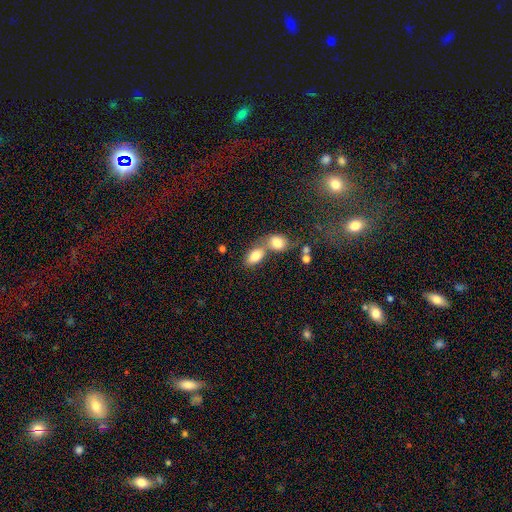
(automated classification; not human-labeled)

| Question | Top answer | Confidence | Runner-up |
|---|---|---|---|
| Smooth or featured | smooth | 81% | featured or disk (11%) |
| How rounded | in between | 86% | round (11%) |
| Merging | merger | 54% | none (34%) |